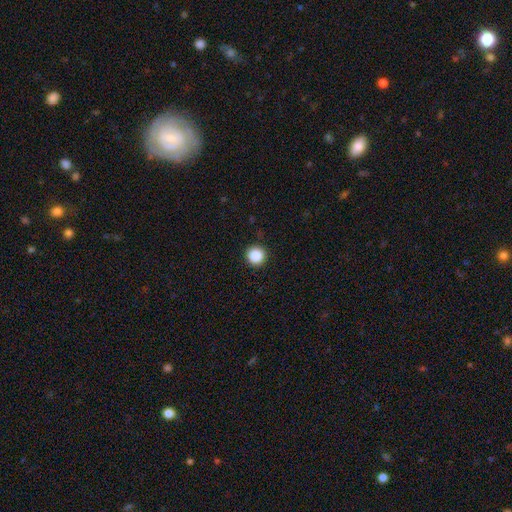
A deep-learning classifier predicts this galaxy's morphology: Overall: smooth (87%). How rounded: round (96%). Merging: none (93%).